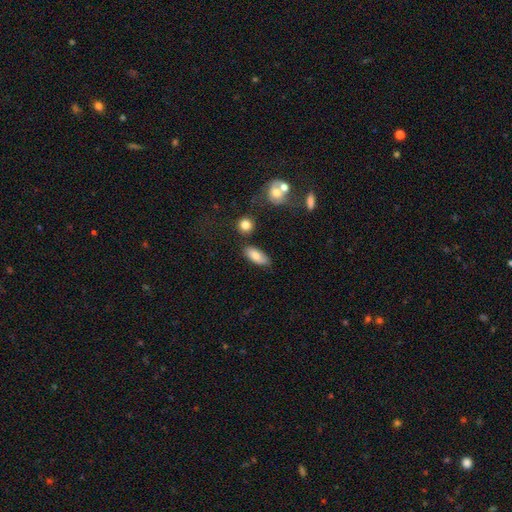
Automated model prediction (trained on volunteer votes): Morphology: type=smooth (81%); roundness=in between (80%); merging=none (78%).